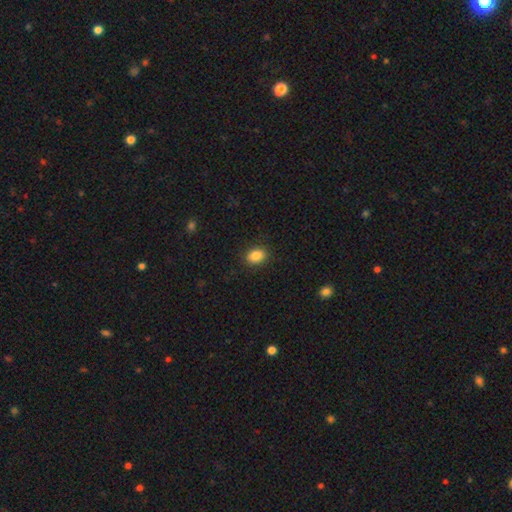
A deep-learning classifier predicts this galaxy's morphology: This appears to be a smooth galaxy with no disk features (86%) that is in between round and cigar-shaped (71%). Merging: none (89%).